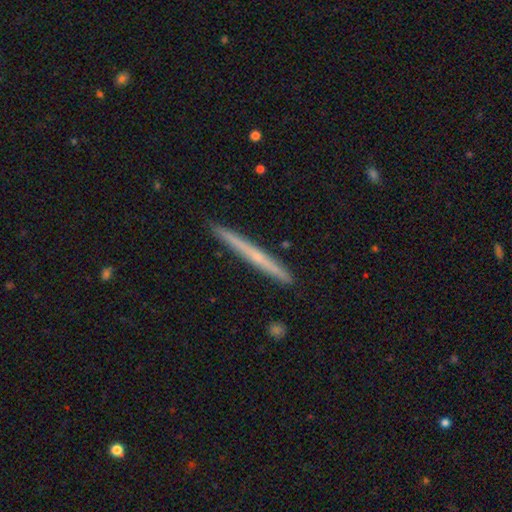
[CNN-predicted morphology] smooth_or_featured: featured or disk (p=0.54) [alt: smooth p=0.40]
disk_edge_on: yes (p=0.97) [alt: no p=0.03]
edge_on_bulge: none (p=0.71) [alt: rounded p=0.25]
merging: none (p=0.92) [alt: minor disturbance p=0.06]